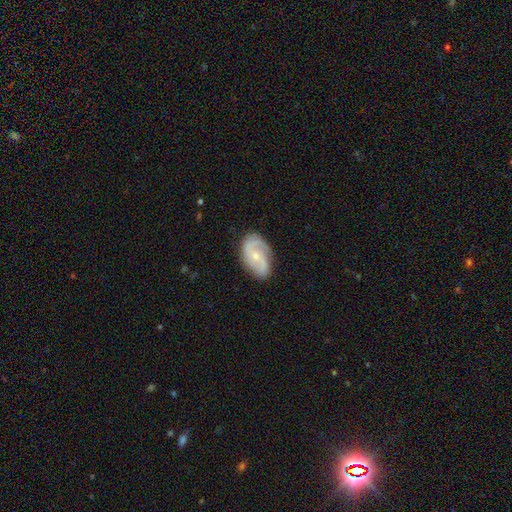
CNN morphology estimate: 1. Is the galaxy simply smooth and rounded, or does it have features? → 78% featured or disk, 16% smooth, 6% star or artifact.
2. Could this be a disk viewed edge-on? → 97% no, 3% yes.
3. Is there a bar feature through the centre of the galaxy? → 55% no, 37% weak, 8% strong.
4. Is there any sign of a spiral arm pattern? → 95% yes, 5% no.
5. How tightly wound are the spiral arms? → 47% medium, 27% loose, 26% tight.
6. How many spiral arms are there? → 78% 2, 9% can't tell, 7% 3, 3% 1, 2% 4, 2% more than 4.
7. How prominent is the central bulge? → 64% small, 31% moderate, 3% none, 1% large, 1% dominant.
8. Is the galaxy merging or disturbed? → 76% none, 18% minor disturbance, 5% major disturbance, 1% merger.